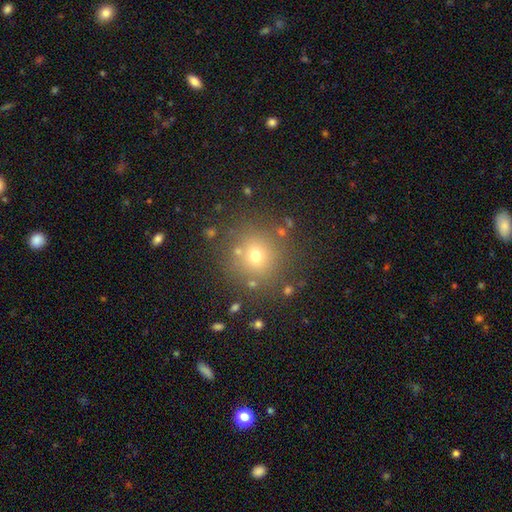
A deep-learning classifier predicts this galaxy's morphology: This is likely a smooth galaxy (66%). How rounded: clearly round (91%). Merging: clearly none (83%).